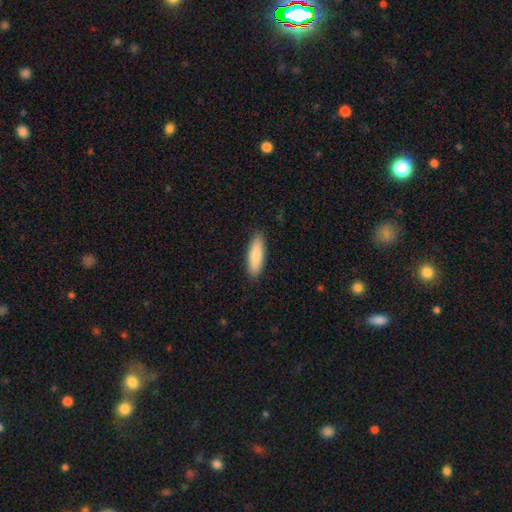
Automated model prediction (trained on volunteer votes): smooth 86%, featured or disk 9%, star or artifact 5%. Down the decision tree: how rounded — cigar-shaped (51%); merging — none (88%).